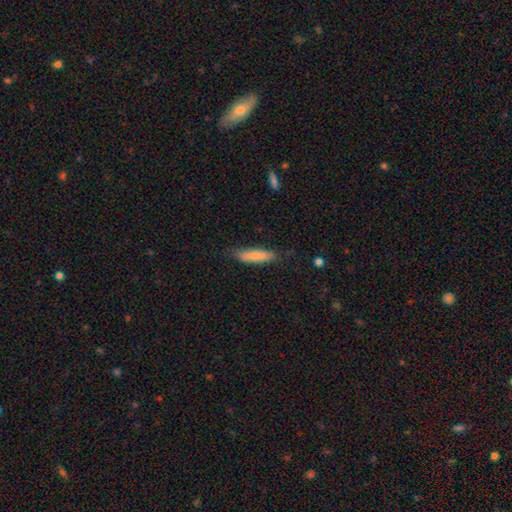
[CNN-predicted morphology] type=smooth (79%); roundness=cigar-shaped (72%); merging=none (78%).